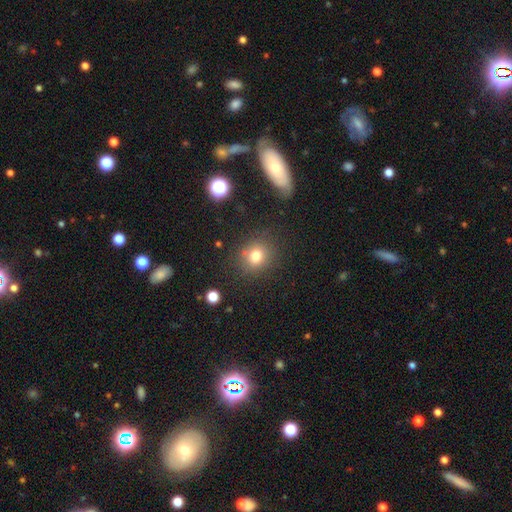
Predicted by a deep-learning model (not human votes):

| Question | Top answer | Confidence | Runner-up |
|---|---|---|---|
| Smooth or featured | smooth | 77% | star or artifact (15%) |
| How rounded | round | 81% | in between (18%) |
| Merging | none | 82% | minor disturbance (11%) |